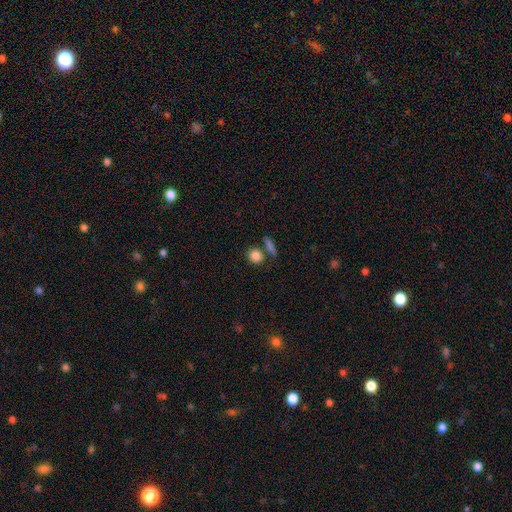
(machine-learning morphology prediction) Smooth or featured?
  - smooth: 85% *
  - star or artifact: 9%
  - featured or disk: 6%
How rounded?
  - round: 75% *
  - in between: 22%
  - cigar-shaped: 3%
Merging?
  - none: 70% *
  - merger: 17%
  - minor disturbance: 10%
  - major disturbance: 4%